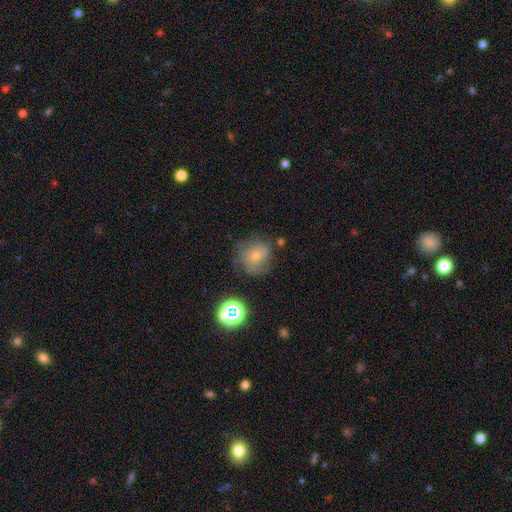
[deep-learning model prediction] Smooth or featured? Predicted: smooth (p=0.41). Merging? Predicted: none (p=0.65).